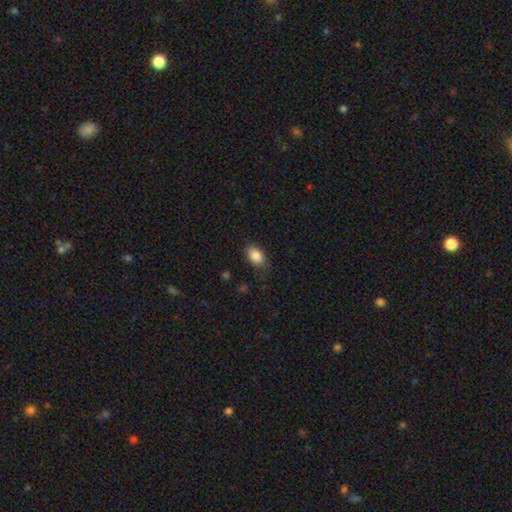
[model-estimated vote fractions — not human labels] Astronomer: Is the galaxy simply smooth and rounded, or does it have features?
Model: smooth — 86%.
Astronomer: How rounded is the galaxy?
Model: in between — 87%.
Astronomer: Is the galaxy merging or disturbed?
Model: none — 79%.